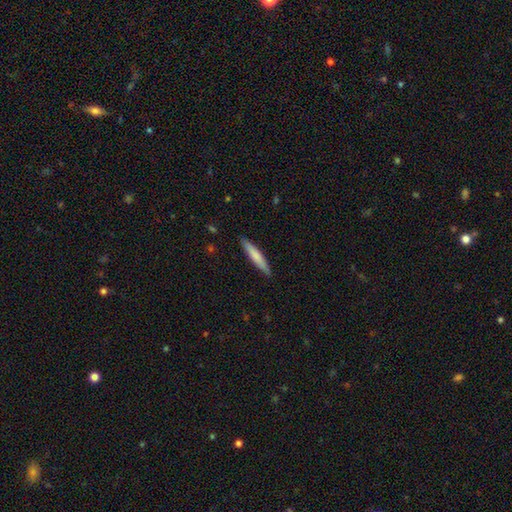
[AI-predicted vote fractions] smooth_or_featured: smooth (p=0.74) [alt: featured or disk p=0.21]
how_rounded: cigar-shaped (p=0.92) [alt: in between p=0.07]
merging: none (p=0.90) [alt: minor disturbance p=0.07]